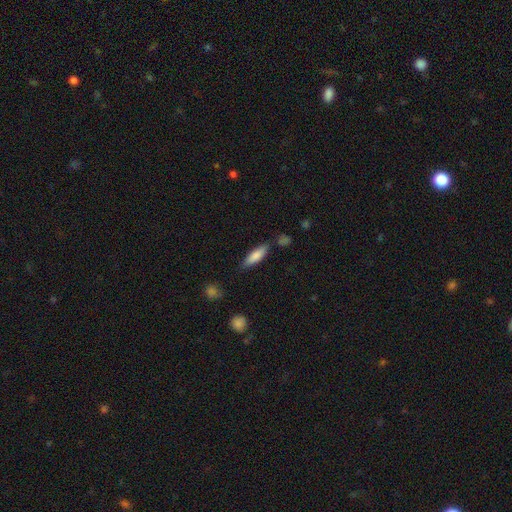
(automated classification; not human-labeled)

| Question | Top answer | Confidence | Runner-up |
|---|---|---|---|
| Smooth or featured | smooth | 79% | featured or disk (15%) |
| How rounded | cigar-shaped | 59% | in between (39%) |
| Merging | none | 77% | minor disturbance (15%) |